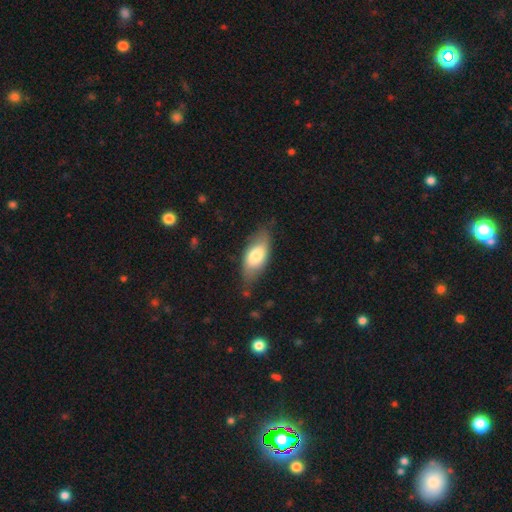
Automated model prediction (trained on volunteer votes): The model was most divided on "merging": none: 69%, minor disturbance: 24%, major disturbance: 5%, merger: 2%. More confident: how rounded — in between (86%); smooth or featured — smooth (70%).